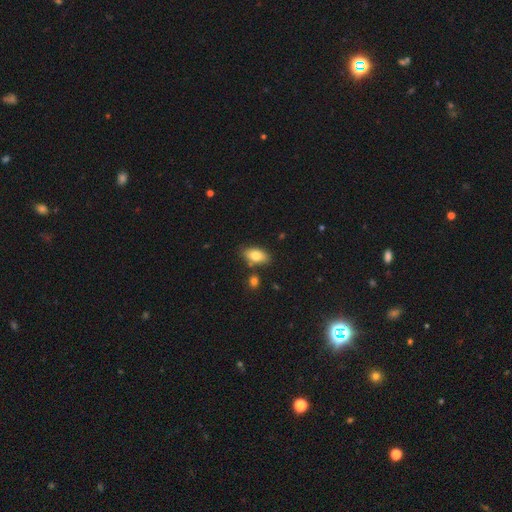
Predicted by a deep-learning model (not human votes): This is likely a smooth galaxy (78%). How rounded: clearly in between (90%). Merging: likely none (78%).